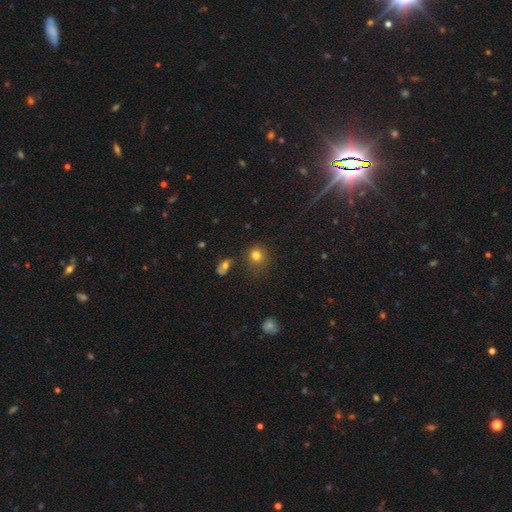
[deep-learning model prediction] The model was most divided on "merging": none: 75%, minor disturbance: 14%, major disturbance: 6%, merger: 5%. More confident: how rounded — round (81%); smooth or featured — smooth (78%).